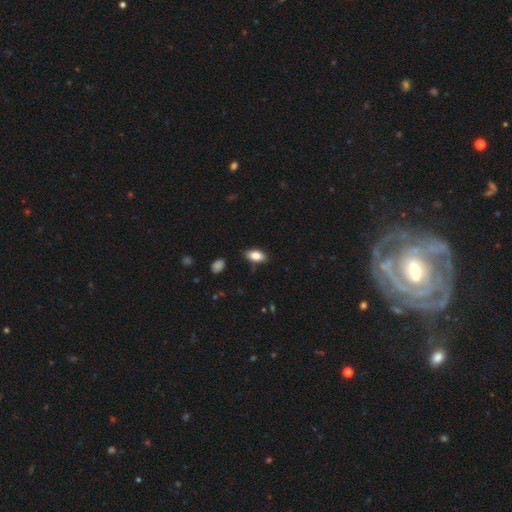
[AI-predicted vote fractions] Smooth or featured? Predicted: smooth (p=0.85). How rounded? Predicted: in between (p=0.91). Merging? Predicted: none (p=0.84).